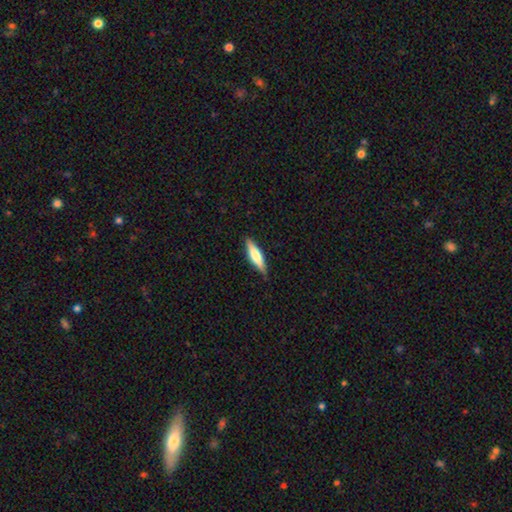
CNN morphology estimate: Smooth or featured? smooth (55%)
How rounded? cigar-shaped (72%)
Merging? none (86%)